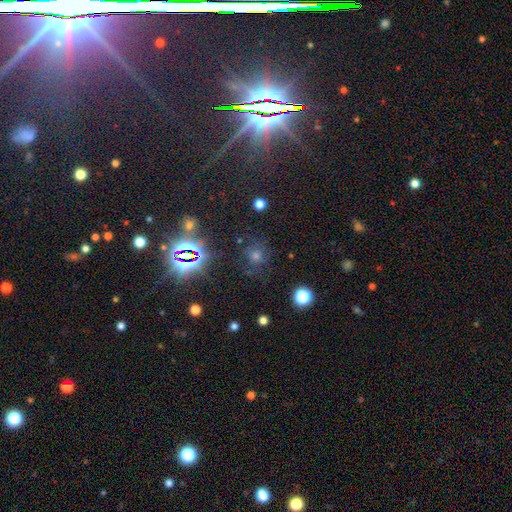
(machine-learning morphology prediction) smooth_or_featured: star or artifact (p=0.54) [alt: smooth p=0.33]